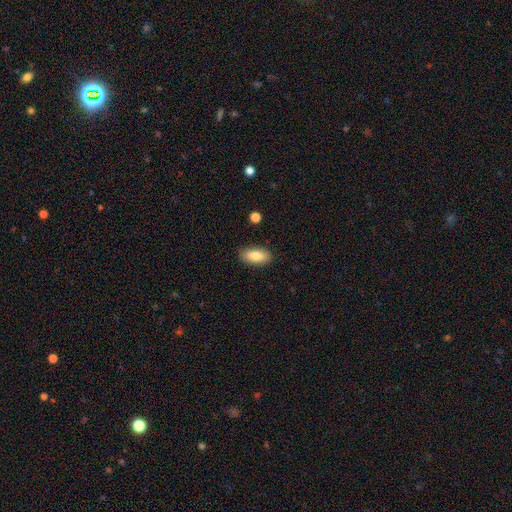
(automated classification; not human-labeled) Smooth or featured: smooth — 82% (featured or disk — 11%)
How rounded: in between — 89% (cigar-shaped — 8%)
Merging: none — 87% (minor disturbance — 10%)